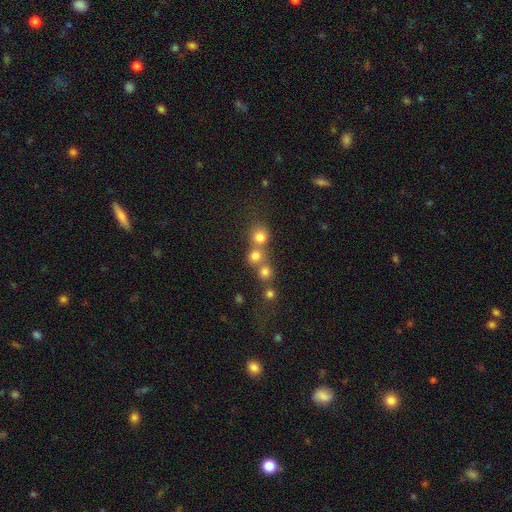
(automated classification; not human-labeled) This appears to be a smooth galaxy with no disk features (74%) that is round (87%). Merging: none (51%).